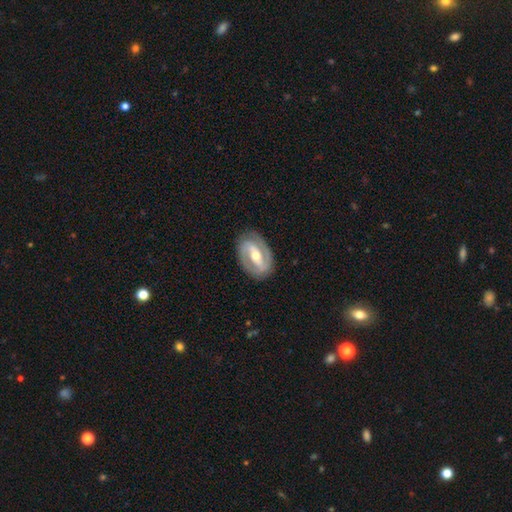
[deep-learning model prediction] The model was most divided on "spiral winding": tight: 48%, medium: 39%, loose: 13%. More confident: edge-on disk — no (95%); spiral arm count — 2 (86%); spiral arms — yes (85%); merging — none (83%); smooth or featured — featured or disk (82%); bulge size — moderate (71%); bar — strong (50%).